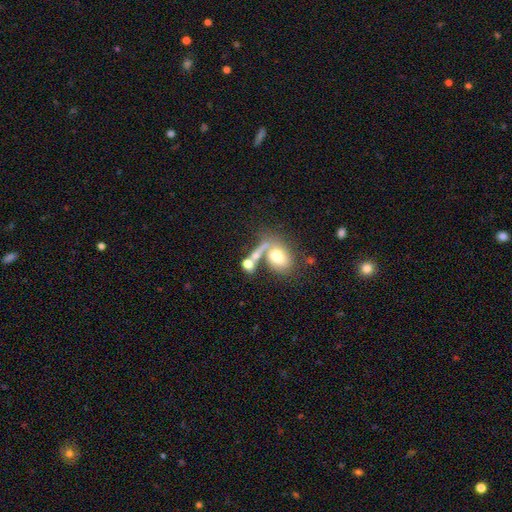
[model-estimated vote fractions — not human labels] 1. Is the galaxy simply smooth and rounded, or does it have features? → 62% smooth, 26% featured or disk, 12% star or artifact.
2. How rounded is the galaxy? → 49% in between, 41% round, 11% cigar-shaped.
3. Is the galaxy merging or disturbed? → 46% merger, 33% none, 11% major disturbance, 10% minor disturbance.